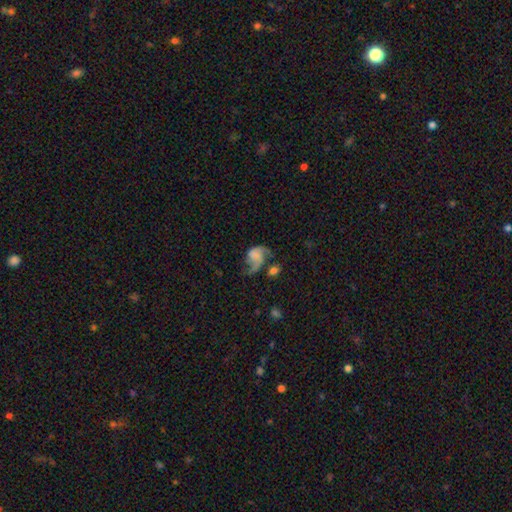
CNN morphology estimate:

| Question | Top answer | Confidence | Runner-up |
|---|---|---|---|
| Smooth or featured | featured or disk | 65% | smooth (25%) |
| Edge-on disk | no | 98% | yes (2%) |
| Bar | no | 63% | weak (29%) |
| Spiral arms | yes | 86% | no (14%) |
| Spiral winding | loose | 65% | medium (27%) |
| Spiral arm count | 2 | 70% | 1 (21%) |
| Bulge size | none | 65% | small (15%) |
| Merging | major disturbance | 36% | none (31%) |